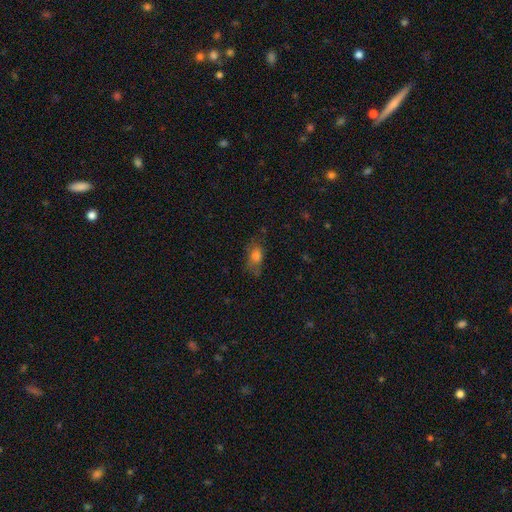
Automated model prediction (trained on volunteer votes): Smooth or featured: smooth — 71% (featured or disk — 17%)
How rounded: in between — 80% (round — 13%)
Merging: none — 59% (minor disturbance — 26%)